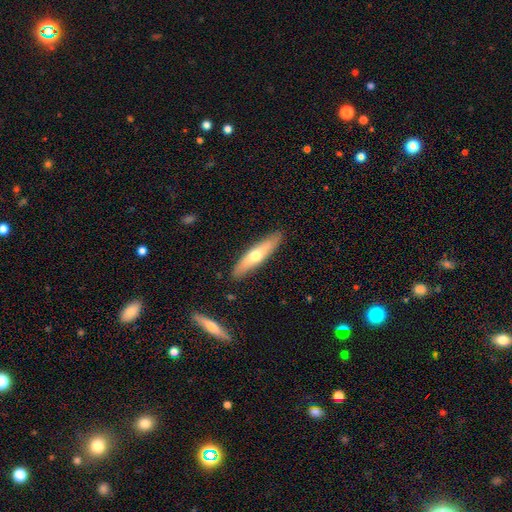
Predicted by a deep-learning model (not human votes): A smooth galaxy with no disk features (50%) that is cigar-shaped (80%). Merging: none (88%).